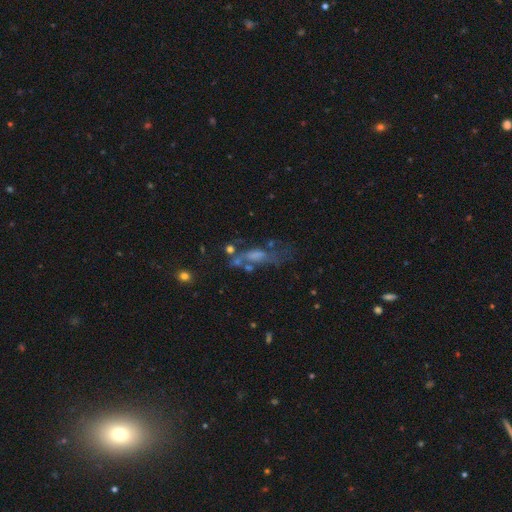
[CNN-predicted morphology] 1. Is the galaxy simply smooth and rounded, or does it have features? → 44% featured or disk, 39% smooth, 17% star or artifact.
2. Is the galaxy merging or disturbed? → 33% none, 31% major disturbance, 19% minor disturbance, 17% merger.